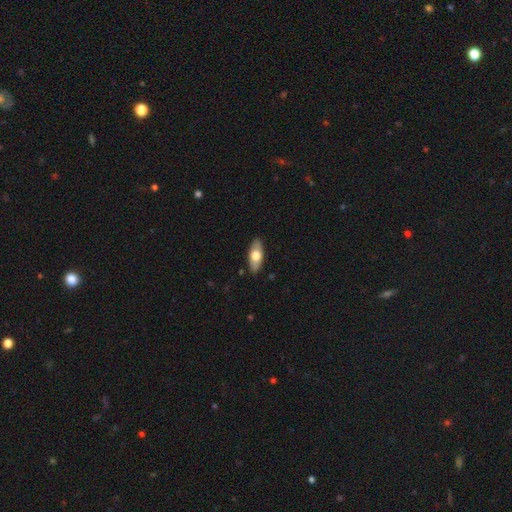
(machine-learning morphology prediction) Smooth or featured?
  - smooth: 63% *
  - featured or disk: 31%
  - star or artifact: 5%
How rounded?
  - in between: 82% *
  - cigar-shaped: 16%
  - round: 3%
Merging?
  - none: 88% *
  - minor disturbance: 9%
  - major disturbance: 2%
  - merger: 1%